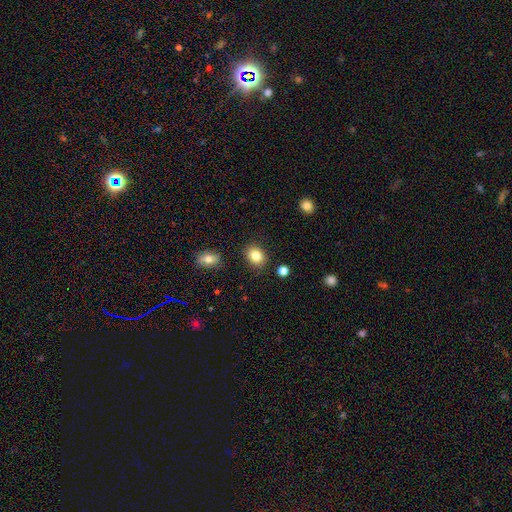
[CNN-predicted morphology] smooth 83%, star or artifact 10%, featured or disk 7%. Down the decision tree: how rounded — in between (50%); merging — none (86%).